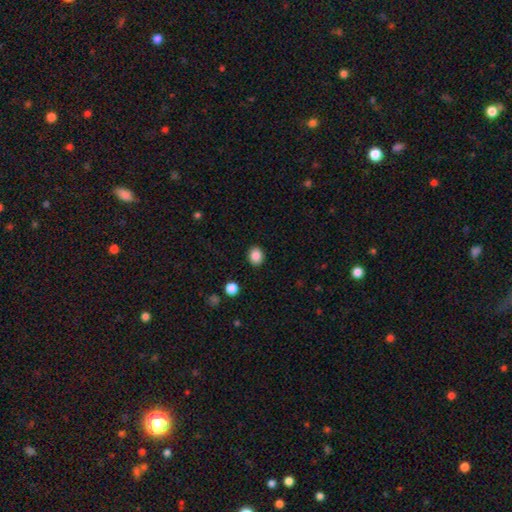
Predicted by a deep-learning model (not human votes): Smooth or featured? smooth (87%)
How rounded? round (54%)
Merging? none (90%)